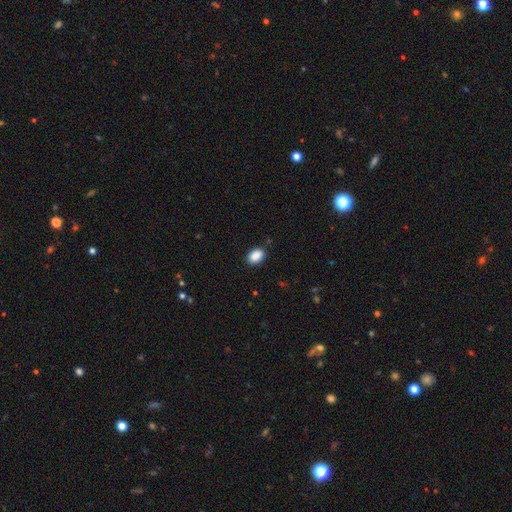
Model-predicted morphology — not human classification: Smooth or featured: smooth — 90% (star or artifact — 8%)
How rounded: in between — 85% (round — 14%)
Merging: none — 88% (minor disturbance — 9%)